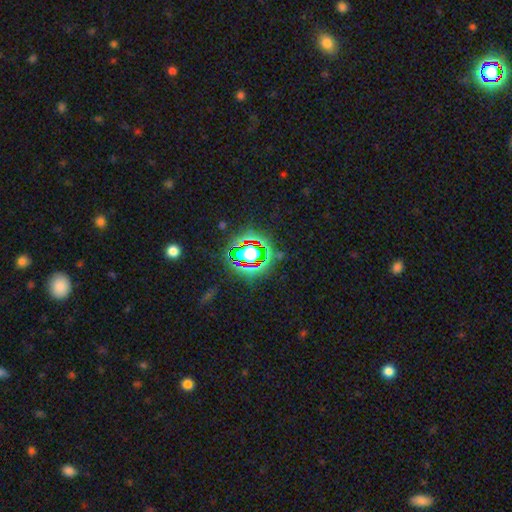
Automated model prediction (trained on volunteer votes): star or artifact 79%, smooth 12%, featured or disk 8%.